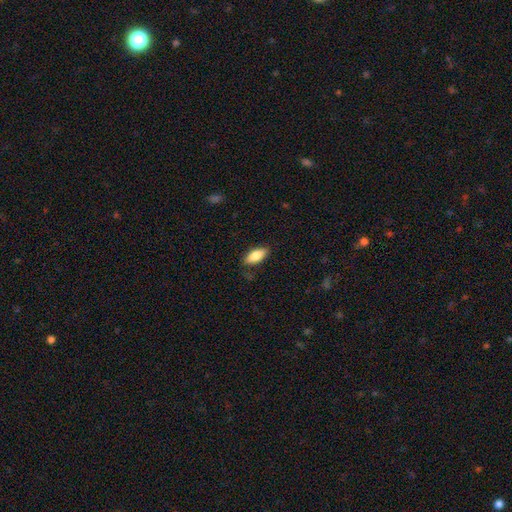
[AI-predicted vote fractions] Smooth or featured? smooth (83%)
How rounded? in between (84%)
Merging? none (82%)